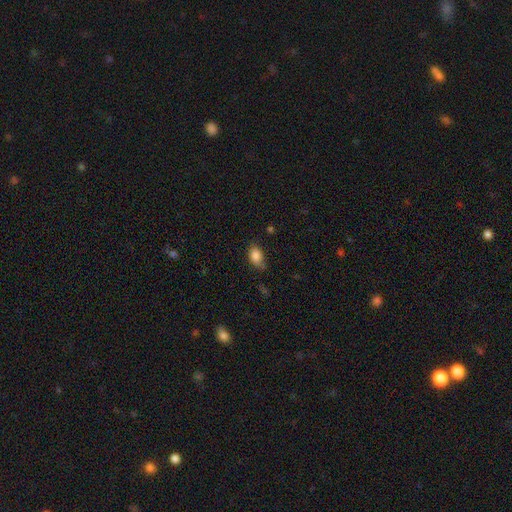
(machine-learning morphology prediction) This is clearly a smooth galaxy (85%). How rounded: clearly in between (83%). Merging: likely none (61%).